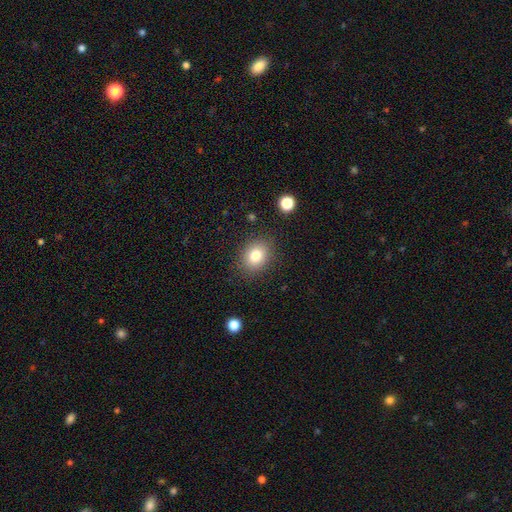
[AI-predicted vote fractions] Overall: smooth (79%). How rounded: round (51%; in between 48%). Merging: none (86%).